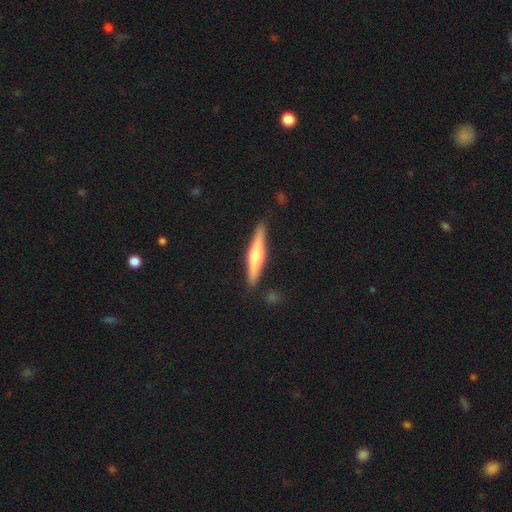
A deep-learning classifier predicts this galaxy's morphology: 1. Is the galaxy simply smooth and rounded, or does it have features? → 52% featured or disk, 43% smooth, 5% star or artifact.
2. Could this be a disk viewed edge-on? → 96% yes, 4% no.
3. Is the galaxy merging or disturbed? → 88% none, 9% minor disturbance, 2% major disturbance, 2% merger.